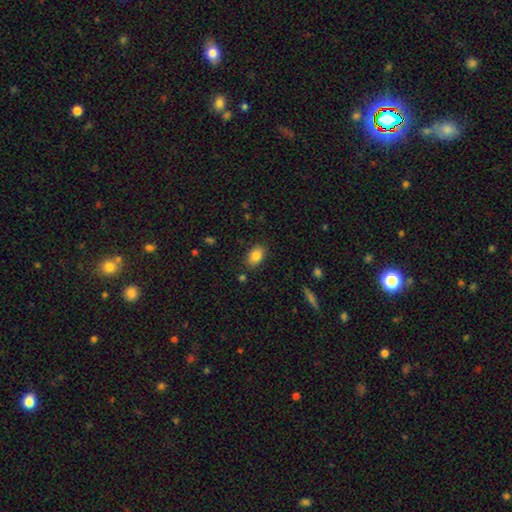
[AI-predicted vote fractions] A smooth galaxy with no disk features (84%) that is in between round and cigar-shaped (86%).

Vote fractions:
- Smooth or featured? smooth: 84% / star or artifact: 8% / featured or disk: 7%
- How rounded? in between: 86% / round: 13% / cigar-shaped: 1%
- Merging? none: 85% / minor disturbance: 11% / major disturbance: 3% / merger: 2%